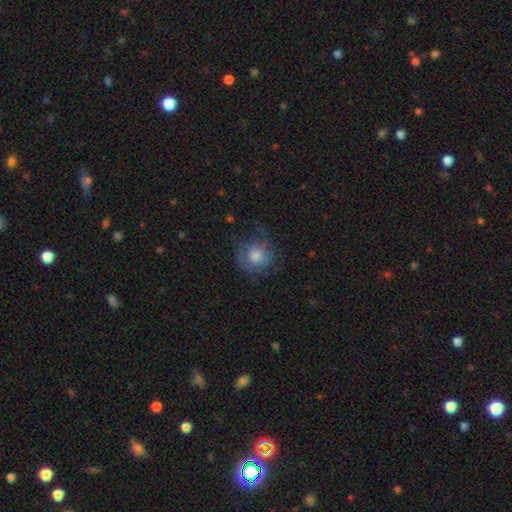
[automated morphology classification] Smooth or featured? smooth (56%)
How rounded? round (81%)
Merging? none (57%)